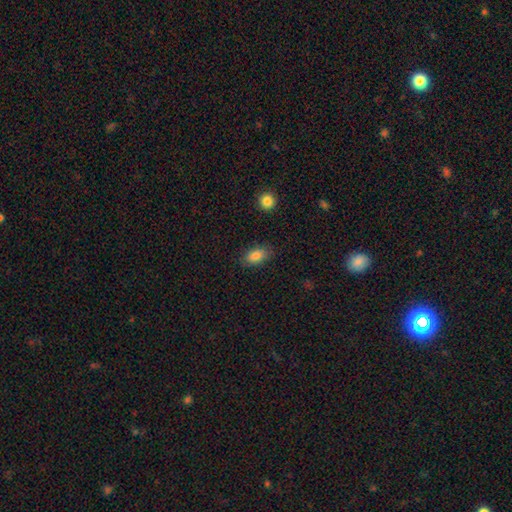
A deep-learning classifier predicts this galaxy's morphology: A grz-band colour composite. It shows a smooth galaxy with no disk features (86%) that is in between round and cigar-shaped (90%). Merging: none (83%).